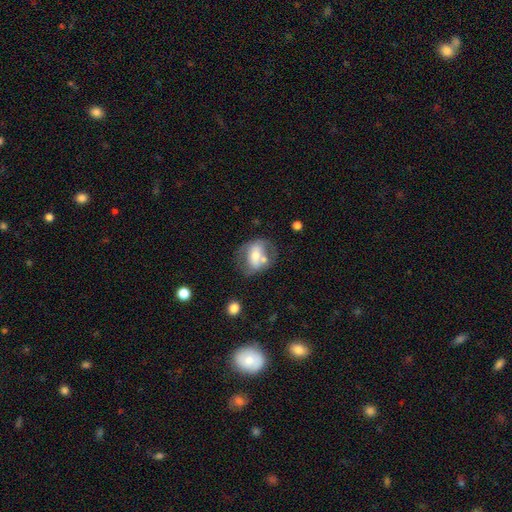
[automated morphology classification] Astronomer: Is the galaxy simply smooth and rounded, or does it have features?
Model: featured or disk — 49% (runner-up: smooth, 44%).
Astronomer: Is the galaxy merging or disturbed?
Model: none — 41% (runner-up: merger, 25%).